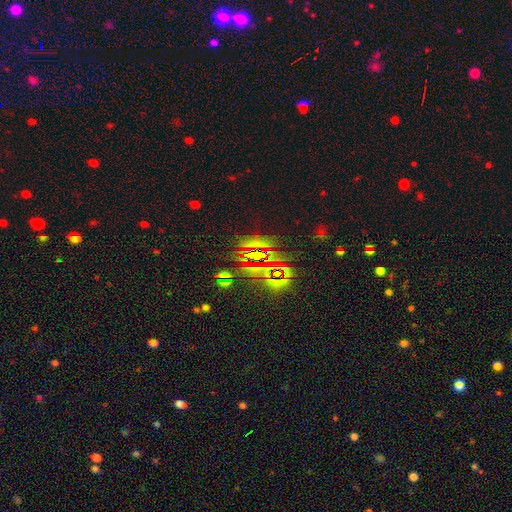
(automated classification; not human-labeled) Smooth or featured? star or artifact (78%)